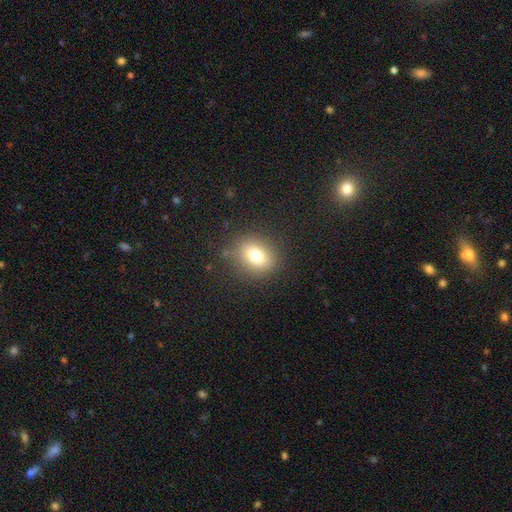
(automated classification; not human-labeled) smooth 75%, star or artifact 13%, featured or disk 11%. Down the decision tree: how rounded — round (61%); merging — none (85%).